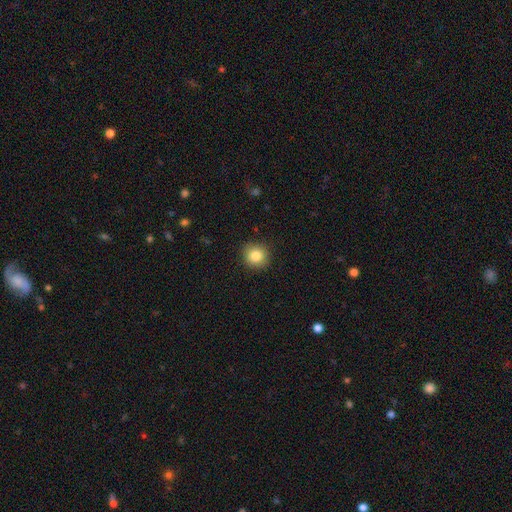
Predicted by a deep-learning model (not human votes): Smooth or featured? smooth (84%)
How rounded? round (90%)
Merging? none (90%)